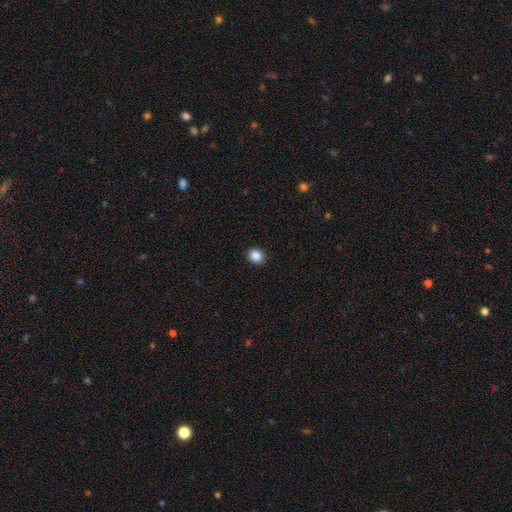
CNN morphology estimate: type=smooth (88%); roundness=round (63%); merging=none (90%).